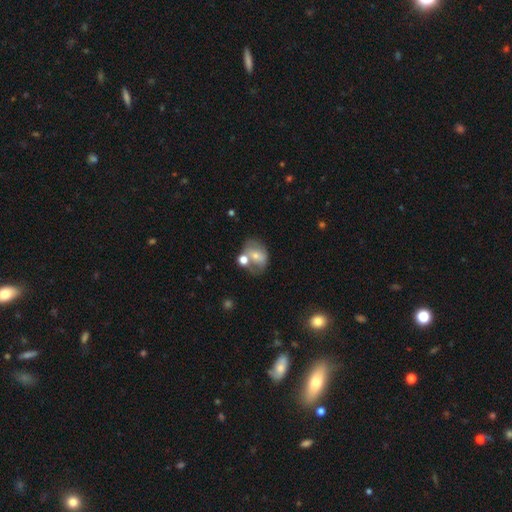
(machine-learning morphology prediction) smooth 55%, featured or disk 36%, star or artifact 9%. Down the decision tree: how rounded — in between (59%); merging — none (38%).